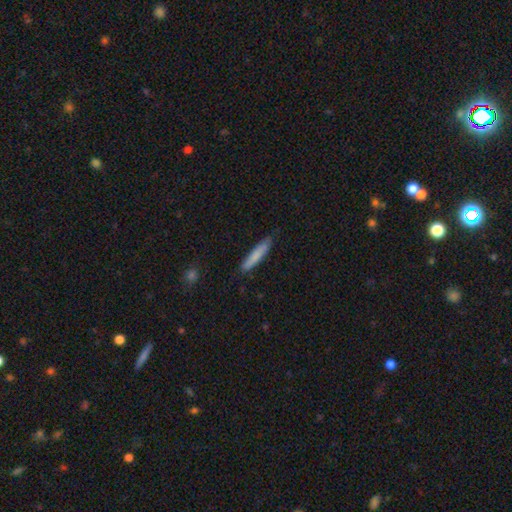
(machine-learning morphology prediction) This appears to be a smooth galaxy with no disk features (79%) that is cigar-shaped (89%). Merging: none (80%).